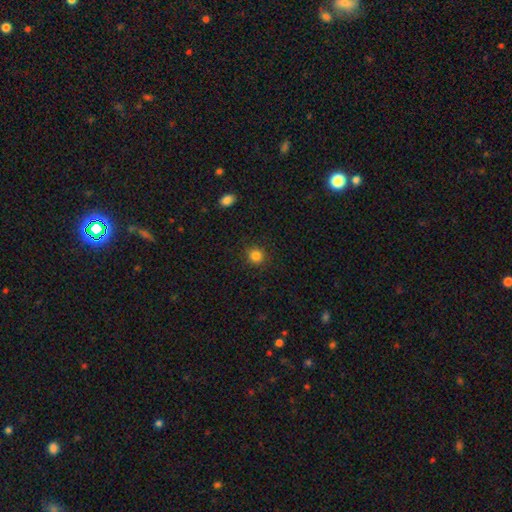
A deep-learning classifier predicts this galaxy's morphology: Smooth or featured? Predicted: smooth (p=0.85). How rounded? Predicted: round (p=0.89). Merging? Predicted: none (p=0.89).